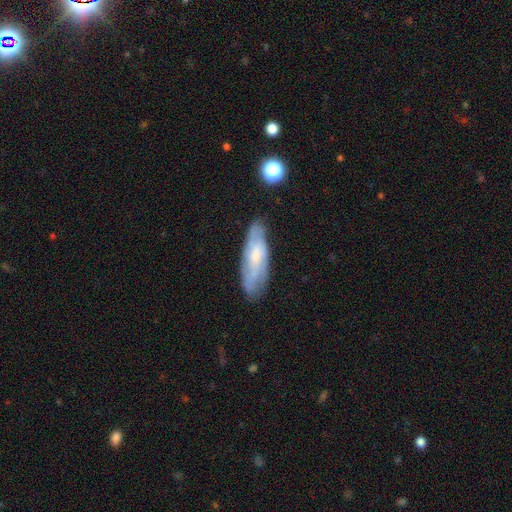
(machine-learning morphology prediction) Smooth or featured?
  - featured or disk: 55% *
  - smooth: 37%
  - star or artifact: 8%
Edge-on disk?
  - no: 75% *
  - yes: 25%
Merging?
  - none: 77% *
  - minor disturbance: 17%
  - major disturbance: 4%
  - merger: 2%